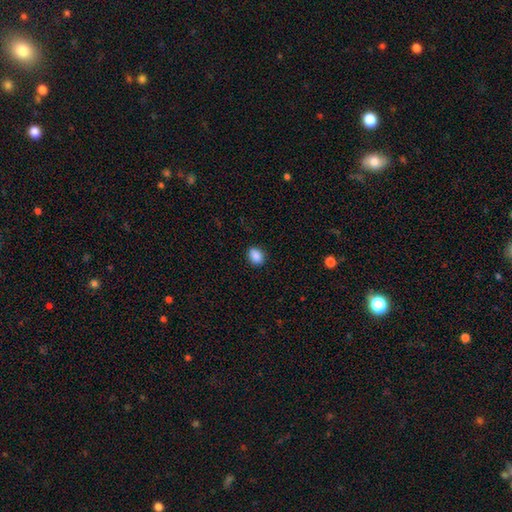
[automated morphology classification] Smooth or featured?
  - smooth: 89% *
  - star or artifact: 8%
  - featured or disk: 3%
How rounded?
  - in between: 63% *
  - round: 35%
  - cigar-shaped: 1%
Merging?
  - none: 87% *
  - minor disturbance: 10%
  - major disturbance: 2%
  - merger: 1%